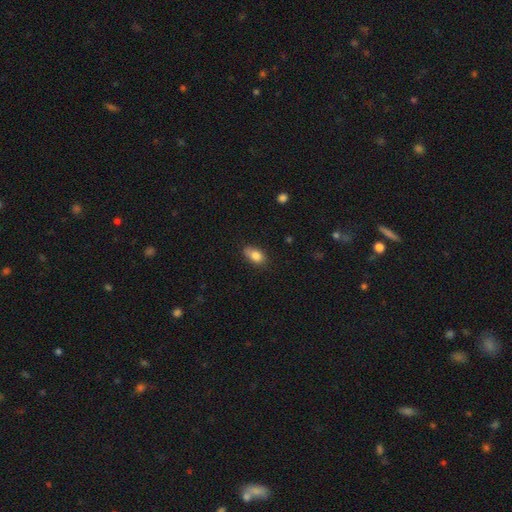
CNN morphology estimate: type=smooth (82%); roundness=in between (84%); merging=none (64%).